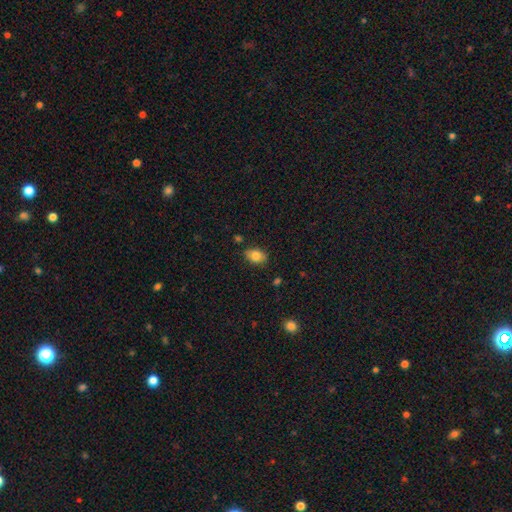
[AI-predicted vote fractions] A smooth galaxy with no disk features (82%) that is in between round and cigar-shaped (78%). Merging: none (79%).